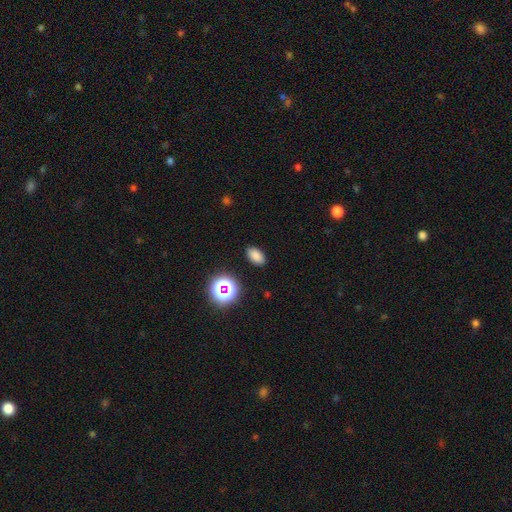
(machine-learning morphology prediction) smooth-or-featured: smooth: 79% | star or artifact: 15% | featured or disk: 5%
  how-rounded: in between: 89% | round: 9% | cigar-shaped: 2%
  merging: none: 88% | minor disturbance: 8% | major disturbance: 2% | merger: 1%